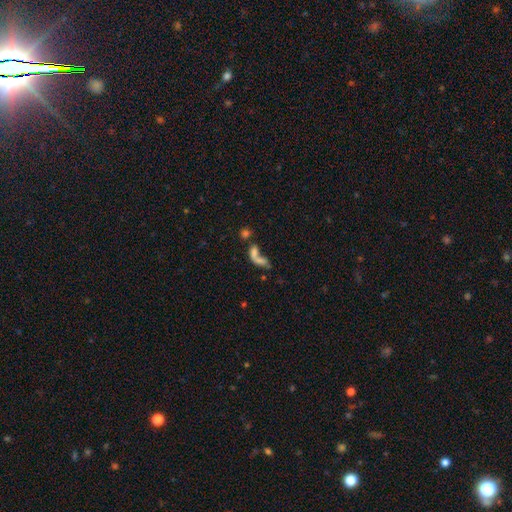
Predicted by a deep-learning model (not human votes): A smooth galaxy with no disk features (54%) that is in between round and cigar-shaped (63%). Merging: merger (55%).